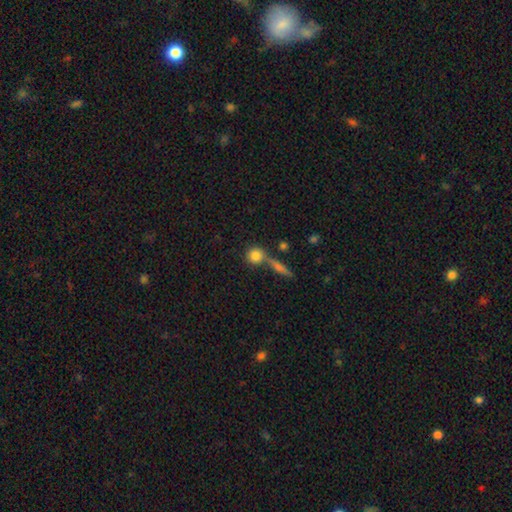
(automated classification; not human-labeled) A smooth galaxy with no disk features (81%) that is round (88%).

Vote fractions:
- Smooth or featured? smooth: 81% / featured or disk: 10% / star or artifact: 9%
- How rounded? round: 88% / in between: 9% / cigar-shaped: 3%
- Merging? none: 61% / merger: 25% / minor disturbance: 10% / major disturbance: 4%